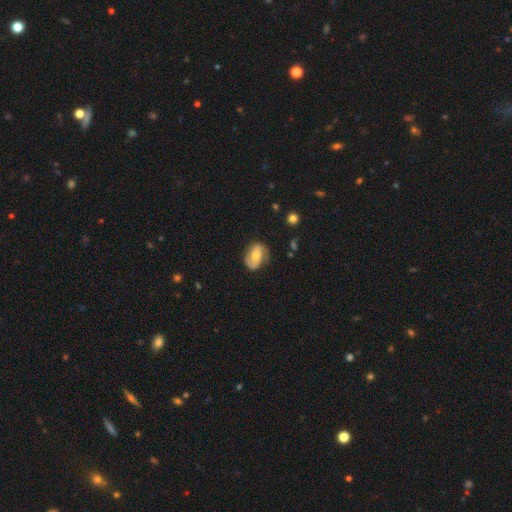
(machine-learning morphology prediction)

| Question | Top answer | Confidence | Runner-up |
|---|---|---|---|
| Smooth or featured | featured or disk | 57% | smooth (37%) |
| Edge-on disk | no | 95% | yes (5%) |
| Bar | no | 49% | weak (33%) |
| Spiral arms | yes | 78% | no (22%) |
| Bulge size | moderate | 65% | small (28%) |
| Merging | none | 70% | minor disturbance (21%) |